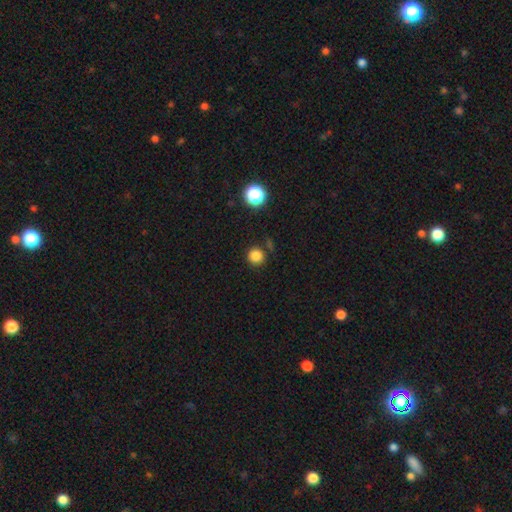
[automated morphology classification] A smooth galaxy with no disk features (82%) that is round (94%).

Vote fractions:
- Smooth or featured? smooth: 82% / star or artifact: 14% / featured or disk: 4%
- How rounded? round: 94% / in between: 5% / cigar-shaped: 1%
- Merging? none: 85% / minor disturbance: 8% / merger: 4% / major disturbance: 3%